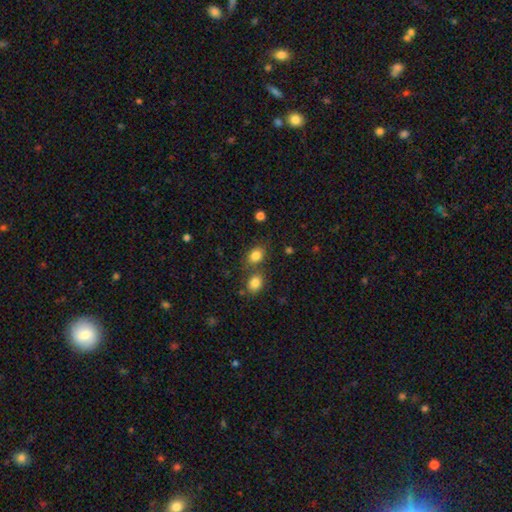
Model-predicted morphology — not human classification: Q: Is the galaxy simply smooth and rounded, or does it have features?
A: smooth — 83%.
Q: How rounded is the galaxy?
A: in between — 63%.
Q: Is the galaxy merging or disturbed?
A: none — 61%.